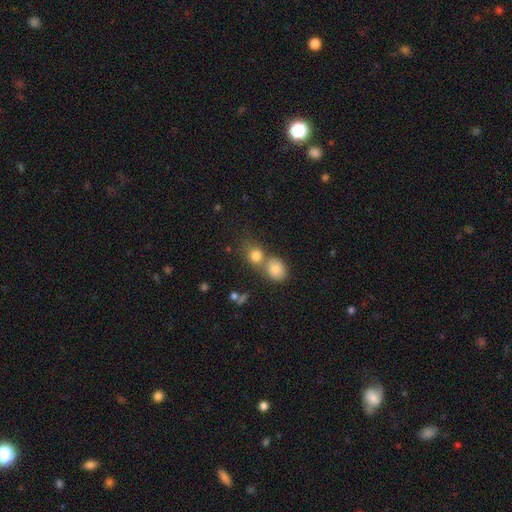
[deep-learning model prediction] Morphology: type=smooth (79%); roundness=round (65%); merging=merger (49%).